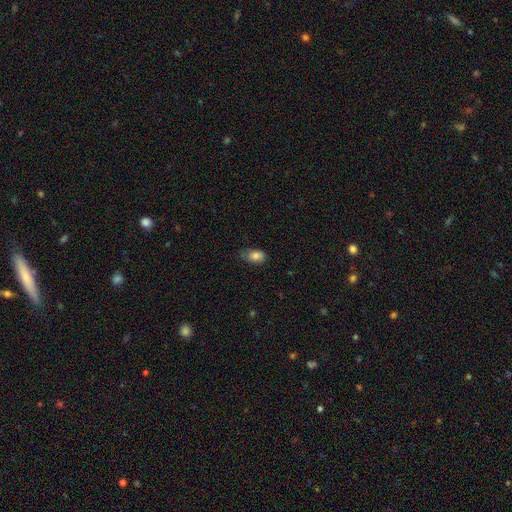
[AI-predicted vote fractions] Morphology: type=smooth (84%); roundness=in between (89%); merging=none (62%).